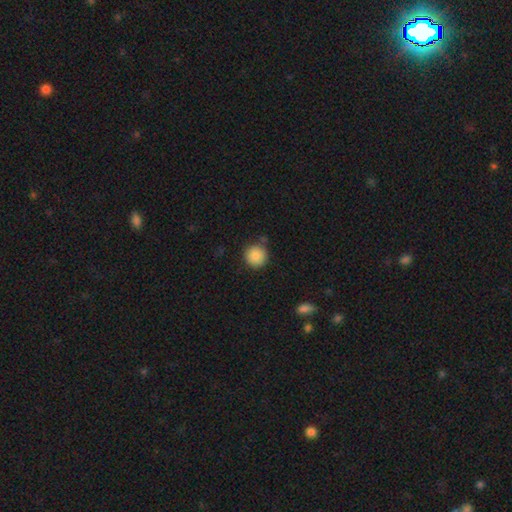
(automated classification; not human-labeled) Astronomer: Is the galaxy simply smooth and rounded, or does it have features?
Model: smooth — 87%.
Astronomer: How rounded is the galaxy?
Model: round — 95%.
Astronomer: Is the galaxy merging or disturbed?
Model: none — 83%.